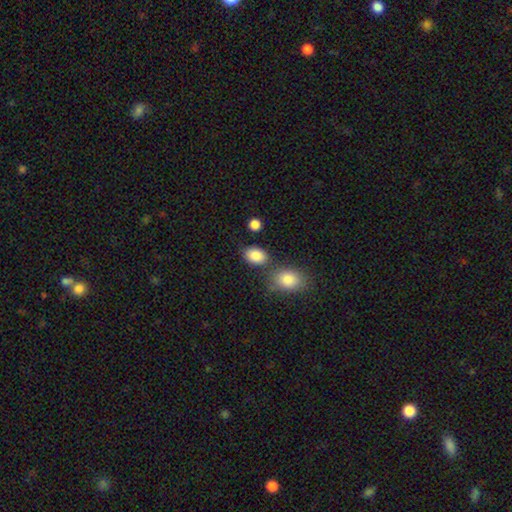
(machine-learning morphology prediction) type=smooth (86%); roundness=in between (79%); merging=none (71%).